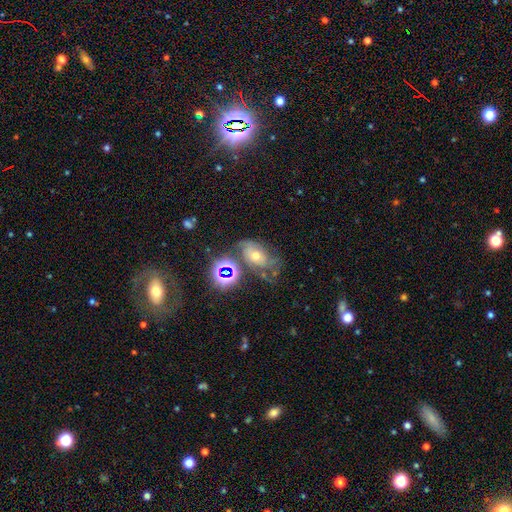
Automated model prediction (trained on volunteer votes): Smooth or featured? featured or disk (43%)
Merging? none (42%)